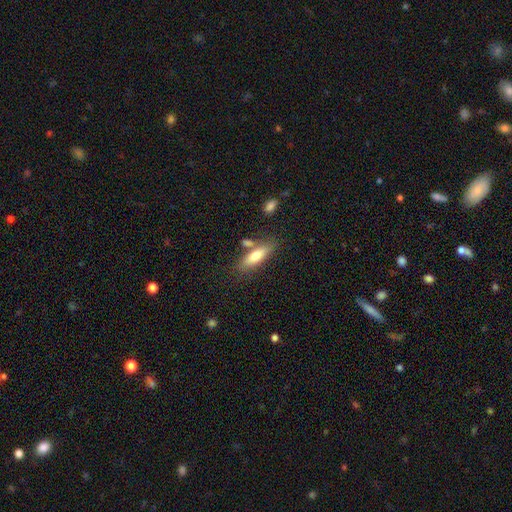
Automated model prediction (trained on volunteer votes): Smooth or featured? Predicted: smooth (p=0.72). How rounded? Predicted: cigar-shaped (p=0.50). Merging? Predicted: none (p=0.67).